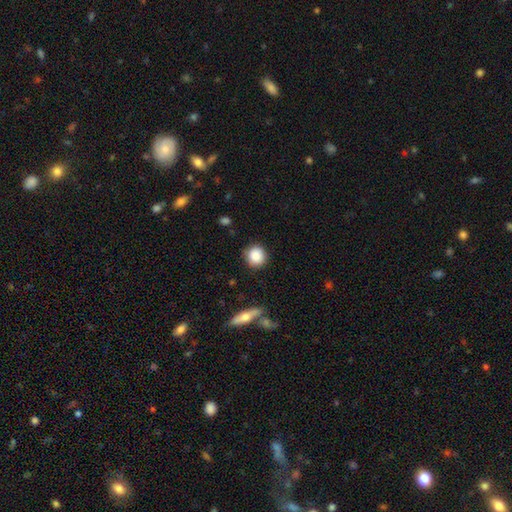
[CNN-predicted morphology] Smooth or featured? Predicted: smooth (p=0.86). How rounded? Predicted: round (p=0.88). Merging? Predicted: none (p=0.86).